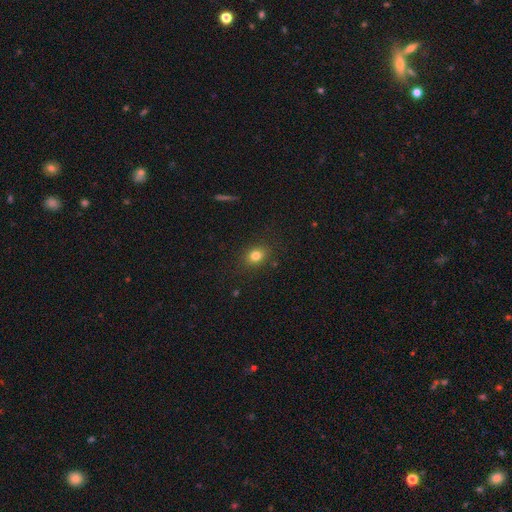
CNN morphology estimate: Overall: smooth (80%). How rounded: round (50%; in between 49%). Merging: none (86%).